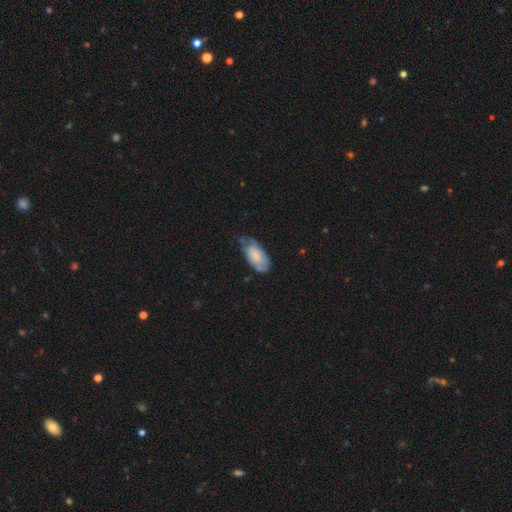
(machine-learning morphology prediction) type=smooth (67%); roundness=in between (93%); merging=none (44%).